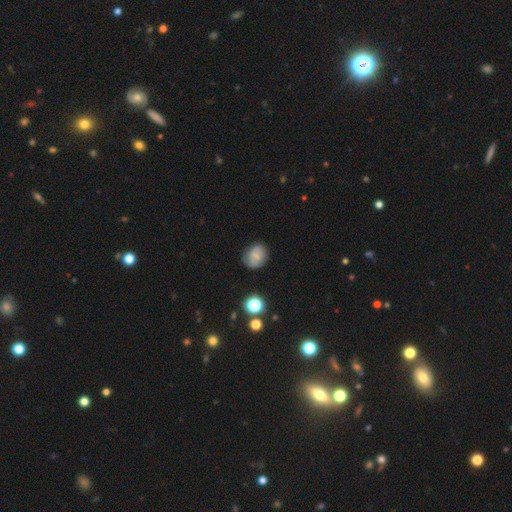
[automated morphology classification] smooth 62%, featured or disk 27%, star or artifact 11%. Down the decision tree: how rounded — round (62%); merging — none (71%).